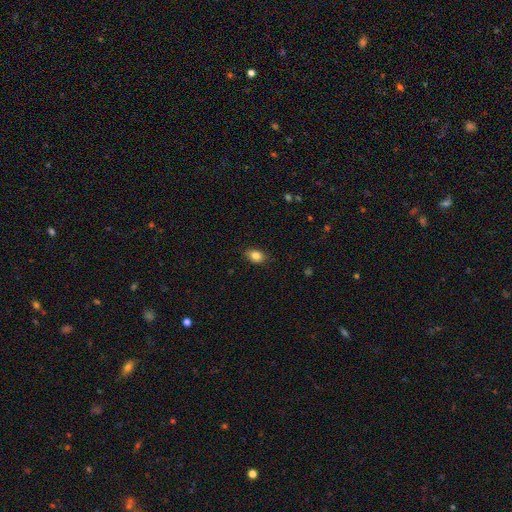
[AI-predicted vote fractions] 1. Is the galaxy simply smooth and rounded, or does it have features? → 84% smooth, 9% star or artifact, 7% featured or disk.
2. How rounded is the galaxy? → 76% in between, 22% round, 2% cigar-shaped.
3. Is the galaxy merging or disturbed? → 83% none, 13% minor disturbance, 3% major disturbance, 1% merger.